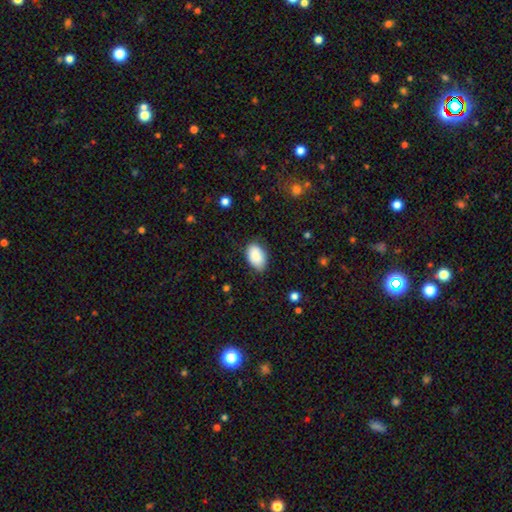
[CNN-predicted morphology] Overall: smooth (89%). How rounded: in between (92%). Merging: none (76%).